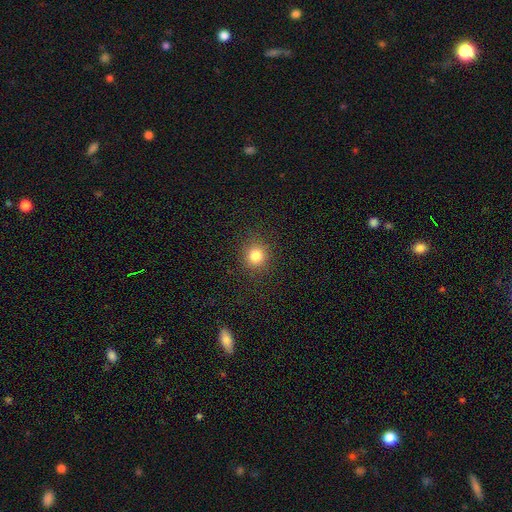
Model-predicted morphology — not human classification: Smooth or featured? smooth (82%)
How rounded? round (90%)
Merging? none (89%)